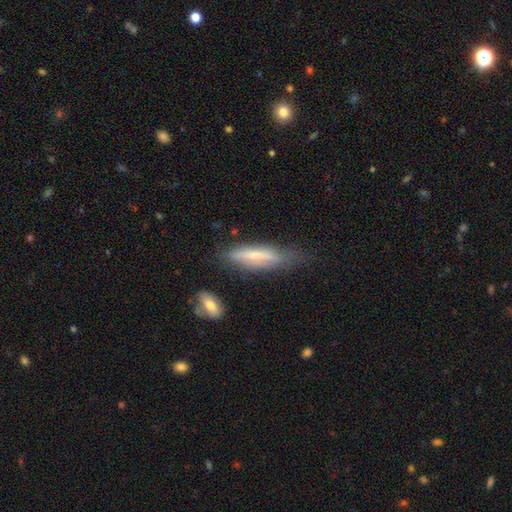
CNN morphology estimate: smooth-or-featured: smooth: 51% | featured or disk: 41% | star or artifact: 7%
  how-rounded: cigar-shaped: 79% | in between: 19% | round: 2%
  merging: none: 58% | minor disturbance: 27% | major disturbance: 10% | merger: 4%